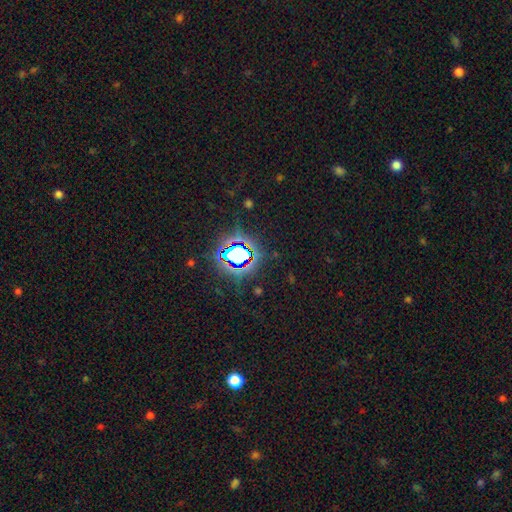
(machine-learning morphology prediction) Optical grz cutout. It shows a star or artifact, not a galaxy (79%).